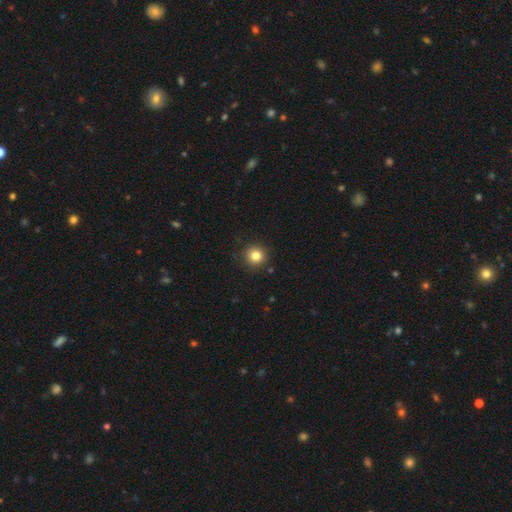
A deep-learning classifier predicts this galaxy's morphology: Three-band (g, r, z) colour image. It shows a smooth galaxy with no disk features (82%) that is round (94%). Merging: none (91%).